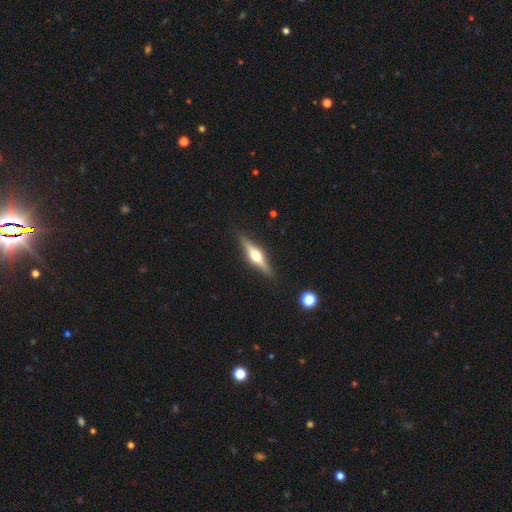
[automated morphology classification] This appears to be a featured or disk galaxy (73%) viewed edge-on (97%) with a rounded central bulge (95%). Merging: none (90%).